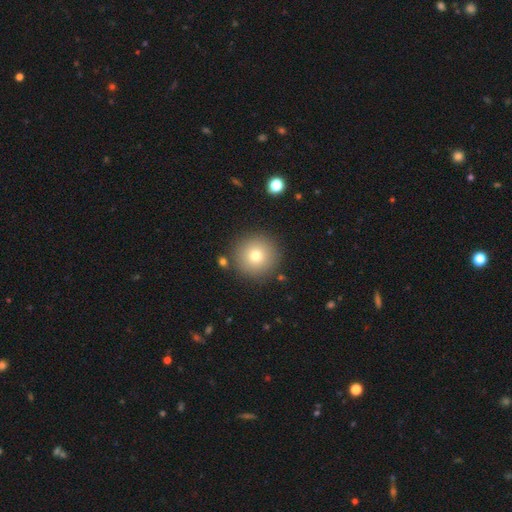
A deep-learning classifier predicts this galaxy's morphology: type=smooth (76%); roundness=round (96%); merging=none (88%).